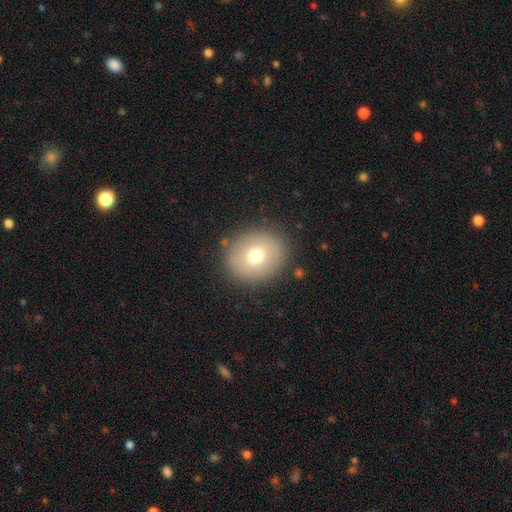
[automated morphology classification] This is likely a smooth galaxy (70%). How rounded: likely round (78%). Merging: clearly none (87%).